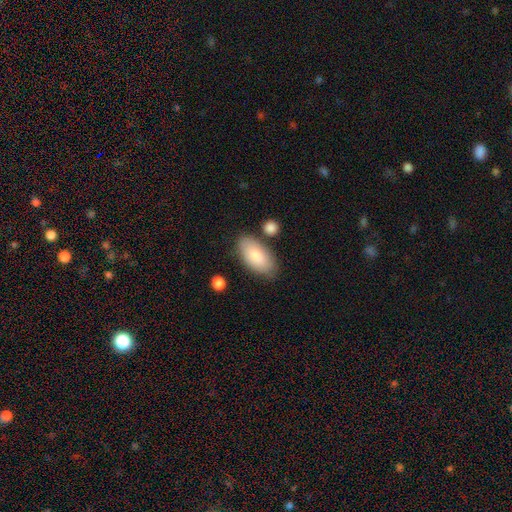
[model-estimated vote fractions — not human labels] This appears to be a smooth galaxy with no disk features (84%) that is in between round and cigar-shaped (93%). Merging: none (76%).